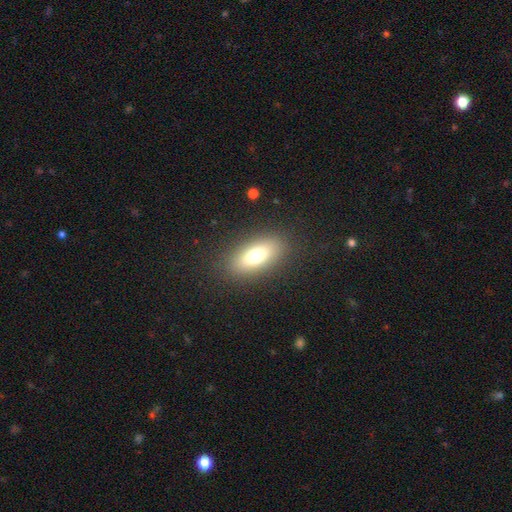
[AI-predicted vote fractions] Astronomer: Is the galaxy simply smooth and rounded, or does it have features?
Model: smooth — 73%.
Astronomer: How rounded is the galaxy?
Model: in between — 83%.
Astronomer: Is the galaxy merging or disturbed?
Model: none — 86%.